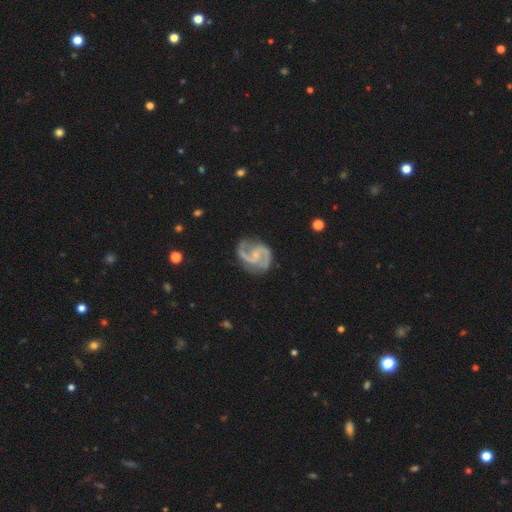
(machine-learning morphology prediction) Smooth or featured: featured or disk — 92% (smooth — 4%)
Edge-on disk: no — 98% (yes — 2%)
Bar: no — 47% (weak — 42%)
Spiral arms: yes — 98% (no — 2%)
Spiral winding: medium — 61% (loose — 21%)
Spiral arm count: 2 — 91% (3 — 4%)
Bulge size: small — 59% (none — 24%)
Merging: none — 75% (minor disturbance — 17%)